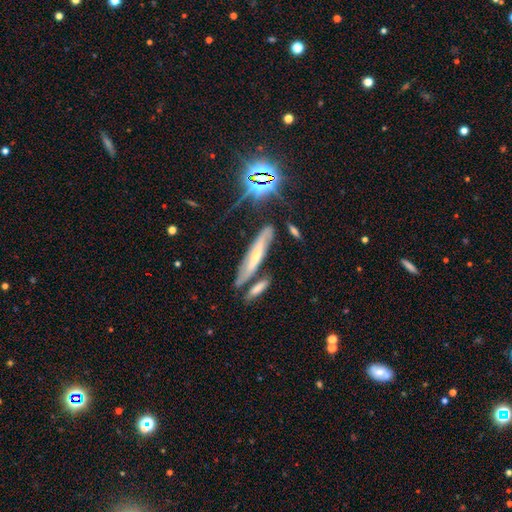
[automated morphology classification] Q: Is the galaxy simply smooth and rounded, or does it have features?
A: featured or disk — 51%.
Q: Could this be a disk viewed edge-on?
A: yes — 64%.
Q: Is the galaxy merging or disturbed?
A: none — 63%.